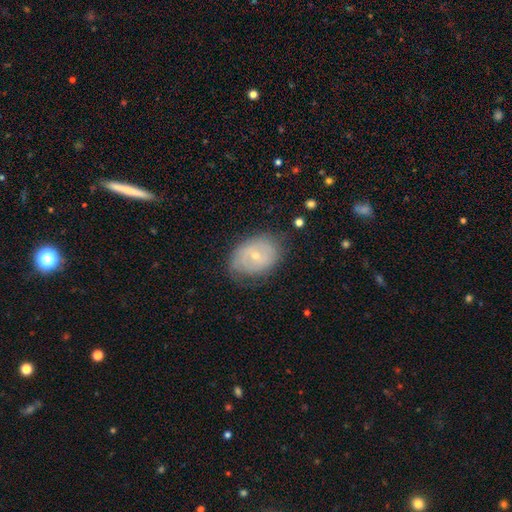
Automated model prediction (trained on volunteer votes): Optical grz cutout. It shows a featured or disk galaxy (54%) with no bar (67%), spiral arms (59%) and a small central bulge (64%). Merging: none (71%).